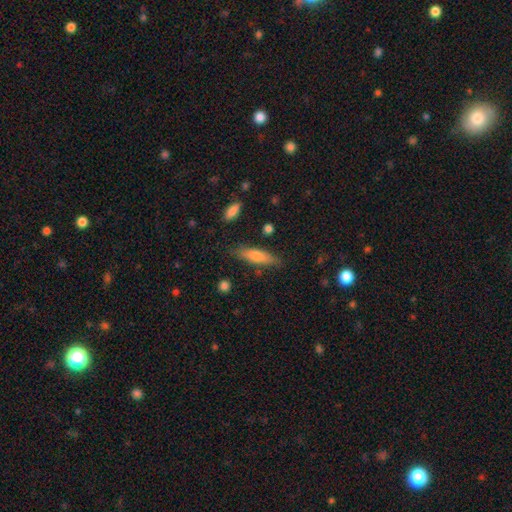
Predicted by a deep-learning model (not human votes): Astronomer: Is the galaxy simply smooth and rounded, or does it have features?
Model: smooth — 72%.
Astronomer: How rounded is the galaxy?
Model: cigar-shaped — 62%.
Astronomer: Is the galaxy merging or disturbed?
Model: none — 78%.